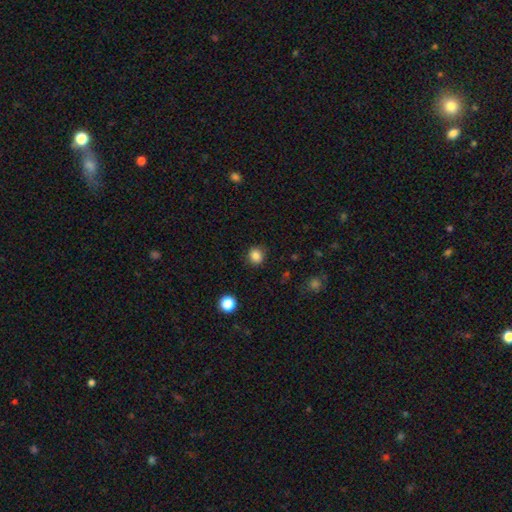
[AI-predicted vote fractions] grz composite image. It shows a smooth galaxy with no disk features (85%) that is round (86%). Merging: none (88%).